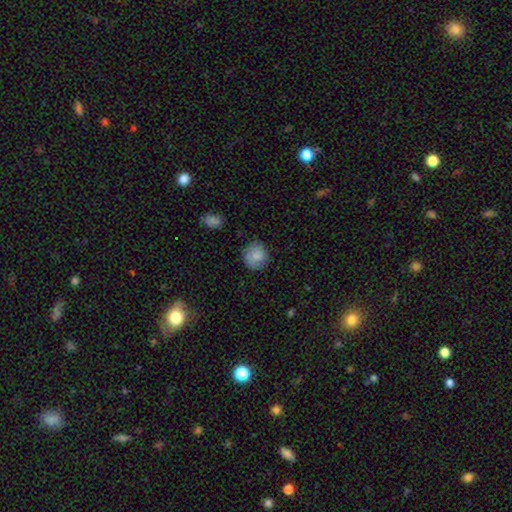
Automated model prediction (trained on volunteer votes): Smooth or featured?
  - smooth: 84% *
  - featured or disk: 8%
  - star or artifact: 8%
How rounded?
  - round: 85% *
  - in between: 14%
  - cigar-shaped: 1%
Merging?
  - none: 78% *
  - minor disturbance: 17%
  - major disturbance: 4%
  - merger: 1%